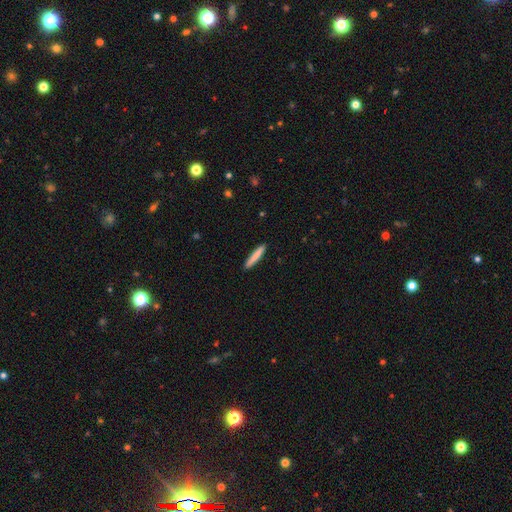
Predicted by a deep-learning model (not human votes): Smooth or featured: smooth — 82% (featured or disk — 13%)
How rounded: cigar-shaped — 95% (in between — 4%)
Merging: none — 91% (minor disturbance — 6%)